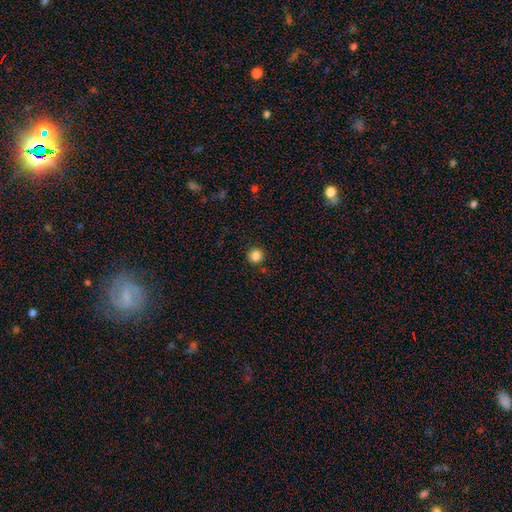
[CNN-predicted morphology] The model was most divided on "smooth or featured": smooth: 85%, star or artifact: 11%, featured or disk: 4%. More confident: how rounded — round (95%); merging — none (91%).